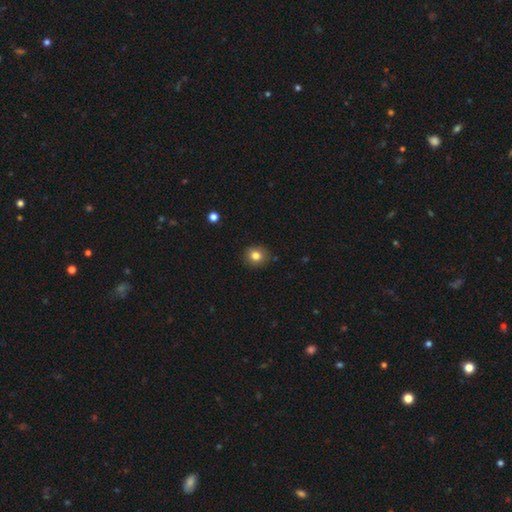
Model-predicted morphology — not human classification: smooth-or-featured: smooth: 81% | star or artifact: 11% | featured or disk: 8%
  how-rounded: round: 78% | in between: 21% | cigar-shaped: 1%
  merging: none: 87% | minor disturbance: 10% | major disturbance: 2% | merger: 1%